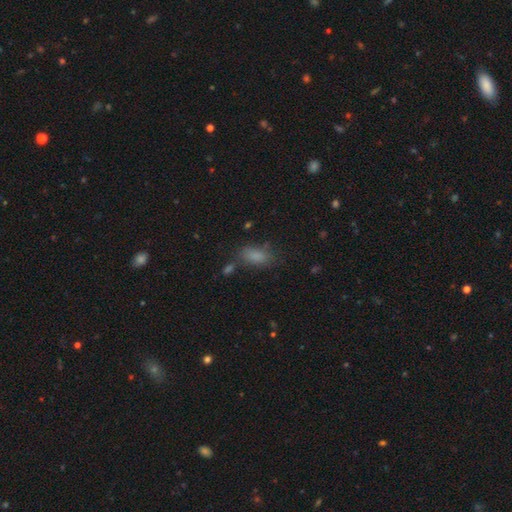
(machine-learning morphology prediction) Q: Smooth or featured?
A: smooth (82%); runner-up: star or artifact (12%)
Q: How rounded?
A: in between (86%); runner-up: cigar-shaped (9%)
Q: Merging?
A: none (69%); runner-up: minor disturbance (17%)